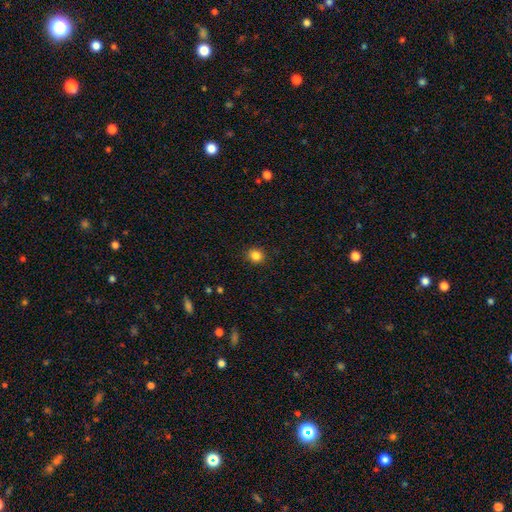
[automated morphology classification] Overall: smooth (84%). How rounded: round (78%). Merging: none (90%).